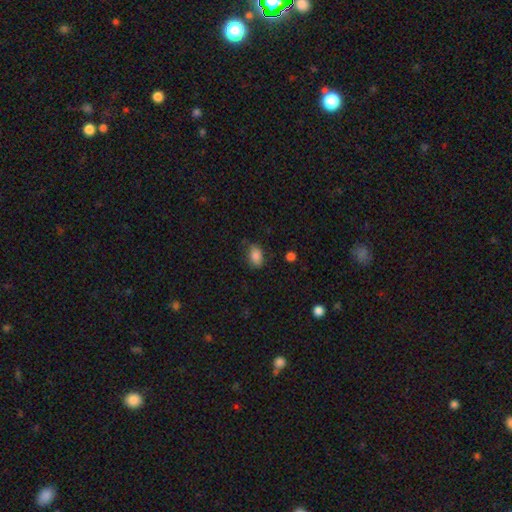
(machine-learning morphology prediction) type=smooth (84%); roundness=in between (86%); merging=none (76%).